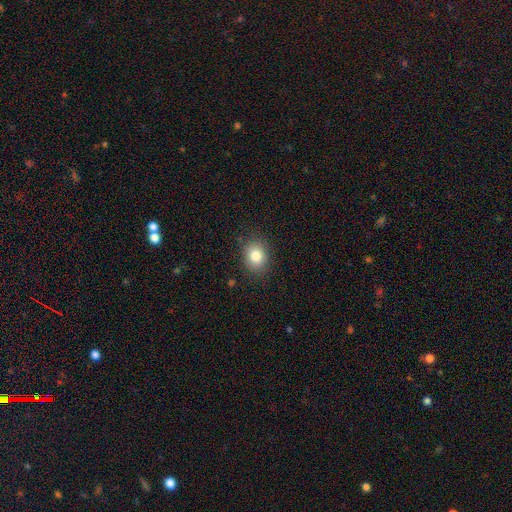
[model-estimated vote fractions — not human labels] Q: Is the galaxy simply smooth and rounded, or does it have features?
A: smooth — 81%.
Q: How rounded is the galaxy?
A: round — 52%.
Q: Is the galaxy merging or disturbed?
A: none — 84%.